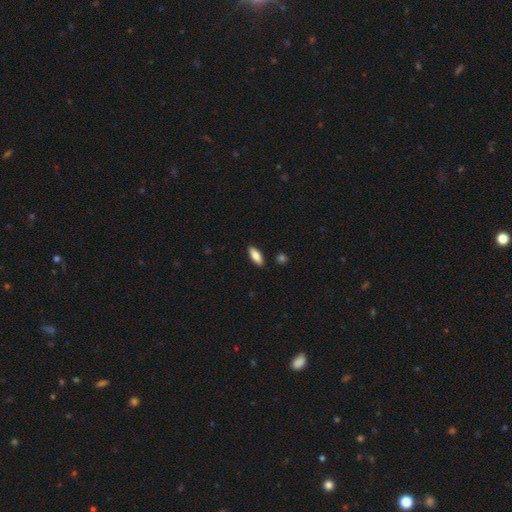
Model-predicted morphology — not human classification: A smooth galaxy with no disk features (78%) that is in between round and cigar-shaped (72%).

Vote fractions:
- Smooth or featured? smooth: 78% / featured or disk: 16% / star or artifact: 6%
- How rounded? in between: 72% / cigar-shaped: 25% / round: 2%
- Merging? none: 89% / minor disturbance: 8% / major disturbance: 2% / merger: 2%